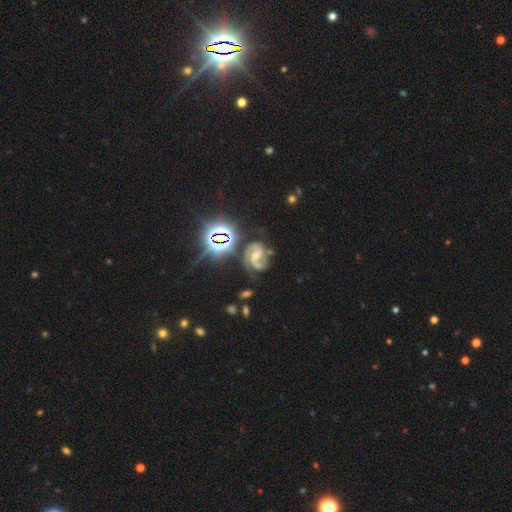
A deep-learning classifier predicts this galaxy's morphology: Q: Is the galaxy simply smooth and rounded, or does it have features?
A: featured or disk — 79%.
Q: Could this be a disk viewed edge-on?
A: no — 98%.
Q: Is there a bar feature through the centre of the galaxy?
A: weak — 45%.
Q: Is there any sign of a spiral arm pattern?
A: yes — 97%.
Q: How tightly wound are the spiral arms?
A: medium — 57%.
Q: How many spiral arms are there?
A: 2 — 82%.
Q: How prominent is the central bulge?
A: small — 45%.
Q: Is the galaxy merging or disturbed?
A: none — 60%.